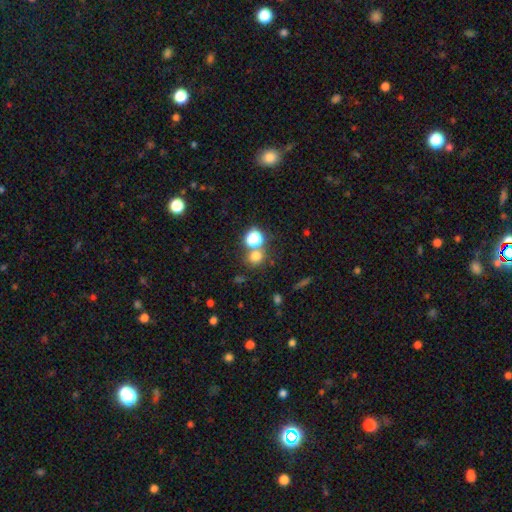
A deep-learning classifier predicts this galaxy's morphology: Smooth or featured?
  - smooth: 70% *
  - star or artifact: 23%
  - featured or disk: 7%
How rounded?
  - round: 84% *
  - in between: 15%
  - cigar-shaped: 1%
Merging?
  - none: 67% *
  - merger: 21%
  - minor disturbance: 8%
  - major disturbance: 4%